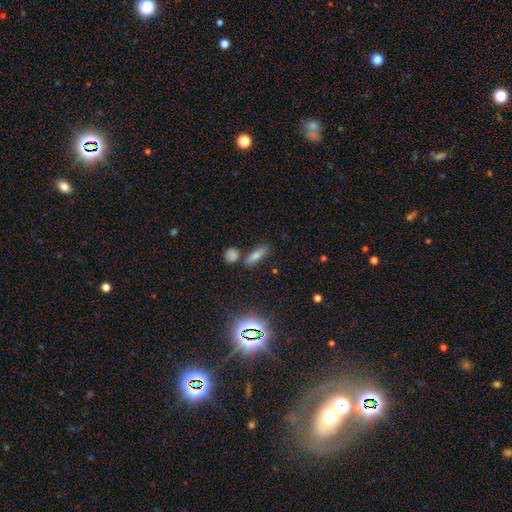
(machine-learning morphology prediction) smooth-or-featured: smooth: 58% | star or artifact: 24% | featured or disk: 18%
  how-rounded: cigar-shaped: 59% | in between: 34% | round: 7%
  merging: none: 72% | merger: 12% | minor disturbance: 12% | major disturbance: 4%